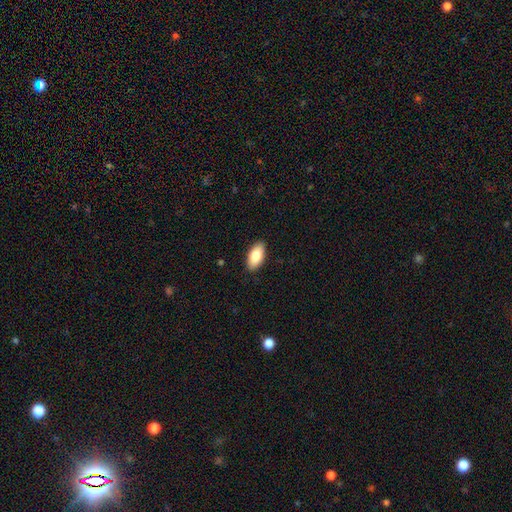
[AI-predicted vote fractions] Overall: smooth (83%). How rounded: in between (92%). Merging: none (89%).